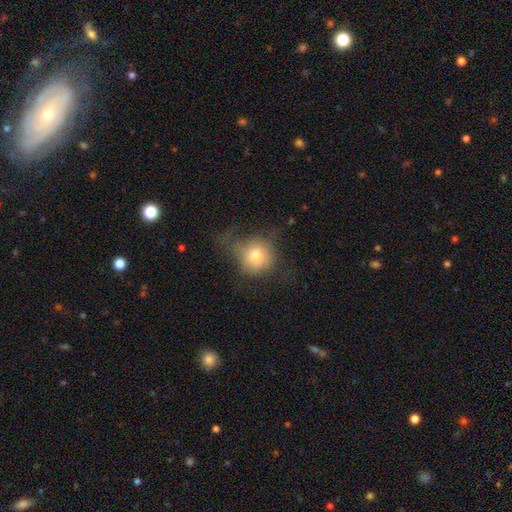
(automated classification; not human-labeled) A smooth galaxy with no disk features (73%) that is round (83%). Merging: none (42%).